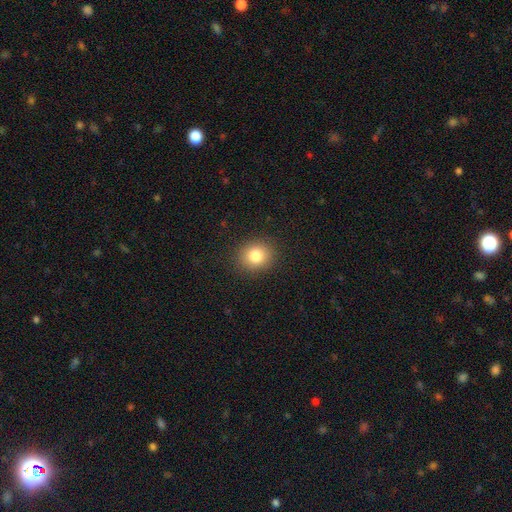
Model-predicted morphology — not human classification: Smooth or featured? smooth (82%)
How rounded? round (74%)
Merging? none (89%)